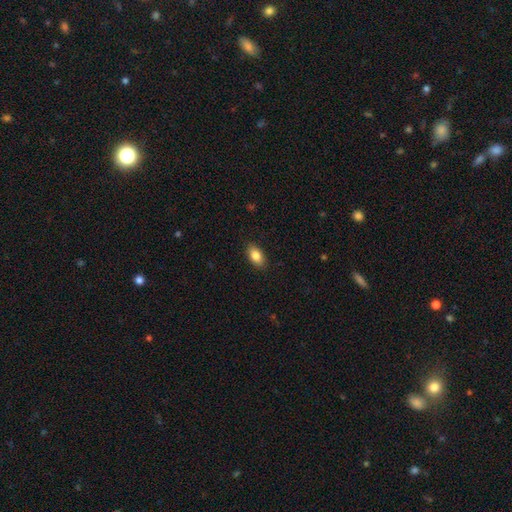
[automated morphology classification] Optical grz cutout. It shows a smooth galaxy with no disk features (85%) that is in between round and cigar-shaped (91%). Merging: none (89%).